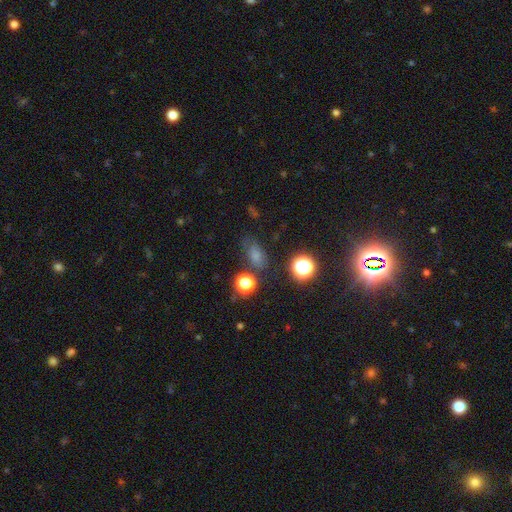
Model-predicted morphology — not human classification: Smooth or featured: smooth — 67% (star or artifact — 22%)
How rounded: in between — 73% (round — 23%)
Merging: none — 65% (minor disturbance — 21%)